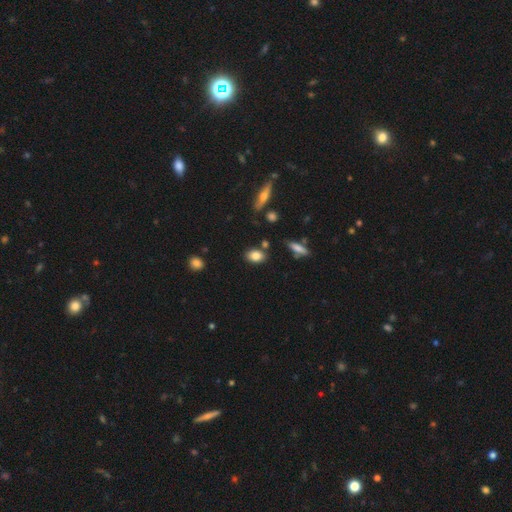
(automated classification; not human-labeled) Q: Smooth or featured?
A: smooth (83%); runner-up: featured or disk (9%)
Q: How rounded?
A: in between (80%); runner-up: round (17%)
Q: Merging?
A: none (80%); runner-up: minor disturbance (12%)